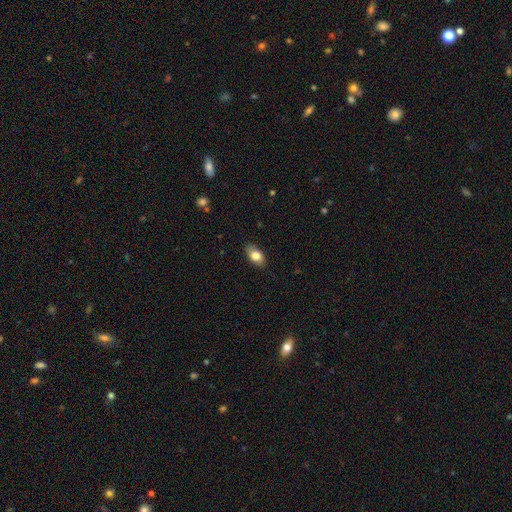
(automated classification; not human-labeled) Smooth or featured?
  - smooth: 80% *
  - featured or disk: 13%
  - star or artifact: 7%
How rounded?
  - in between: 89% *
  - round: 6%
  - cigar-shaped: 4%
Merging?
  - none: 86% *
  - minor disturbance: 11%
  - major disturbance: 2%
  - merger: 1%